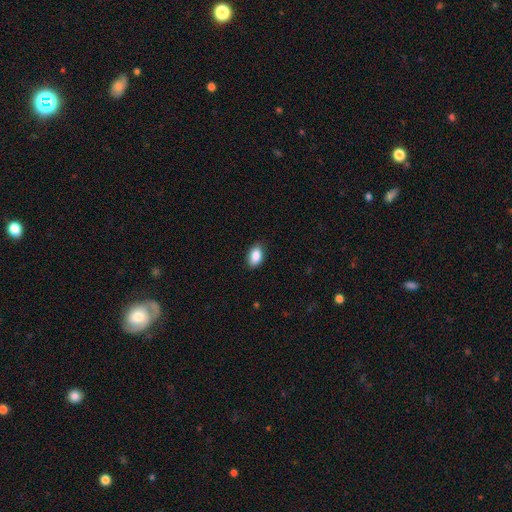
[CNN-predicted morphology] type=smooth (89%); roundness=in between (91%); merging=none (85%).